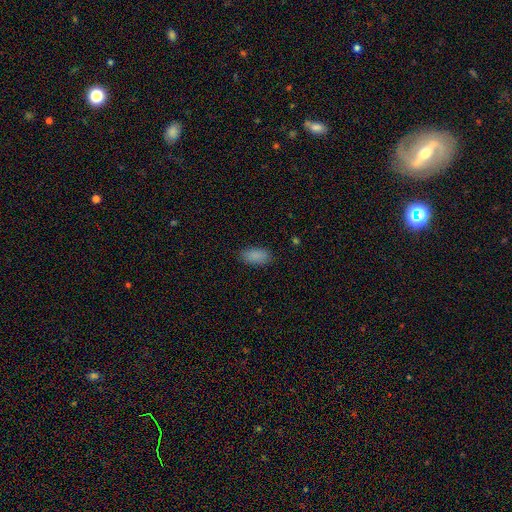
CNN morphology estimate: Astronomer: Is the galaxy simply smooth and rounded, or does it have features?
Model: smooth — 88%.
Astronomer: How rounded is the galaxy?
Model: in between — 92%.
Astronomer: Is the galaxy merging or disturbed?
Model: none — 84%.